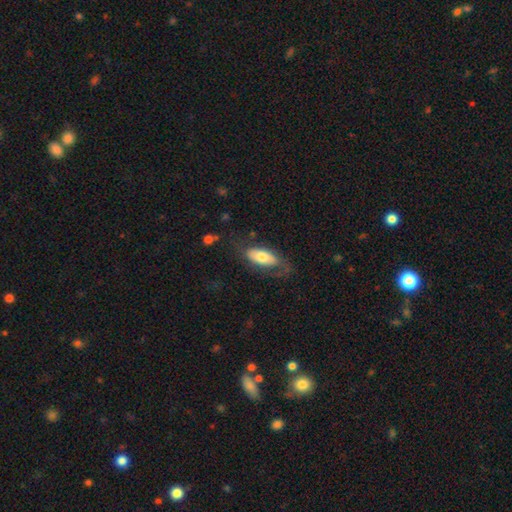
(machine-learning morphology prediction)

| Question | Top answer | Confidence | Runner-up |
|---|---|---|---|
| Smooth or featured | smooth | 57% | featured or disk (36%) |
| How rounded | in between | 83% | cigar-shaped (14%) |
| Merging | none | 58% | minor disturbance (22%) |